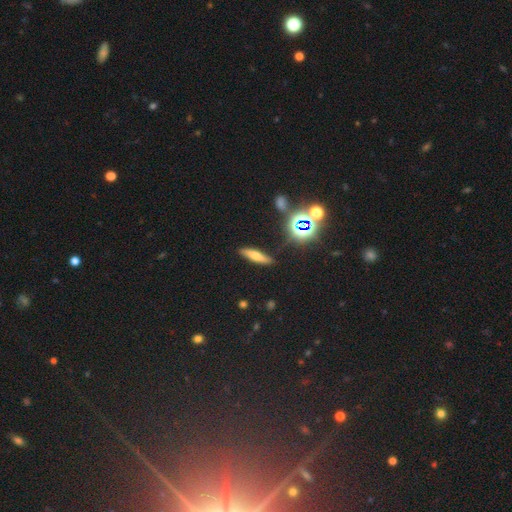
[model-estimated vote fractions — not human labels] Overall: smooth (52%; featured or disk 31%). How rounded: cigar-shaped (76%). Merging: none (84%).